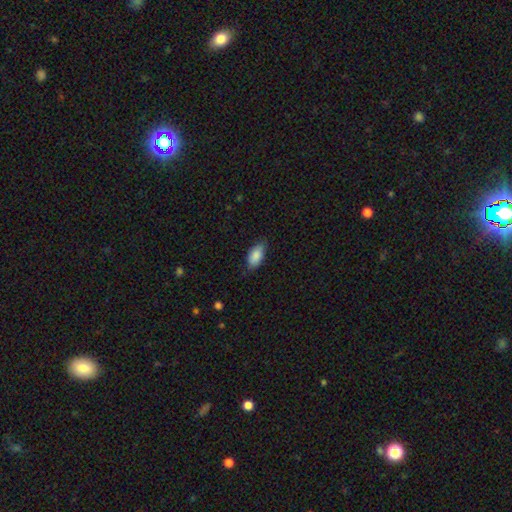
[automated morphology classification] This is clearly a smooth galaxy (86%). How rounded: clearly in between (92%). Merging: likely none (76%).